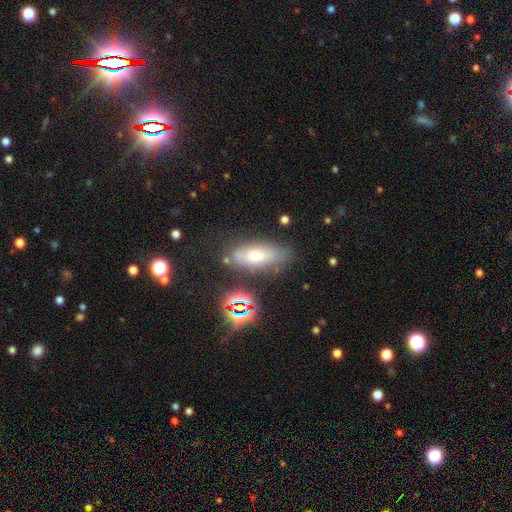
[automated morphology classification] A smooth galaxy with no disk features (54%) that is in between round and cigar-shaped (71%).

Vote fractions:
- Smooth or featured? smooth: 54% / featured or disk: 30% / star or artifact: 16%
- How rounded? in between: 71% / cigar-shaped: 25% / round: 5%
- Merging? none: 74% / minor disturbance: 16% / merger: 5% / major disturbance: 5%